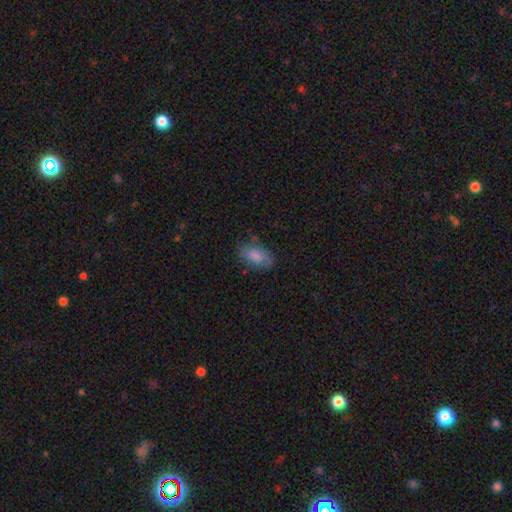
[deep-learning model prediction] This is clearly a smooth galaxy (83%). How rounded: clearly in between (93%). Merging: likely none (72%).